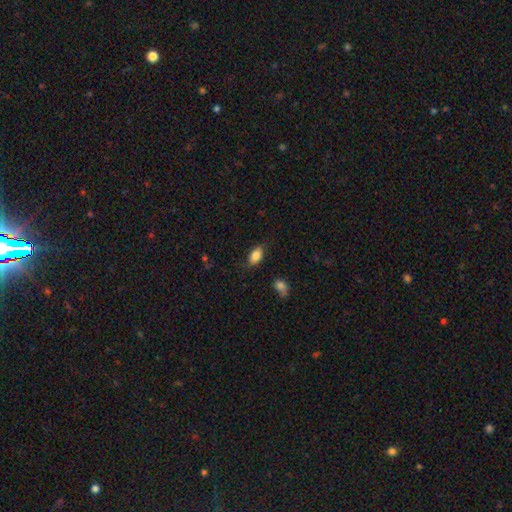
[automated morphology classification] Smooth or featured? Predicted: smooth (p=0.79). How rounded? Predicted: in between (p=0.89). Merging? Predicted: none (p=0.72).